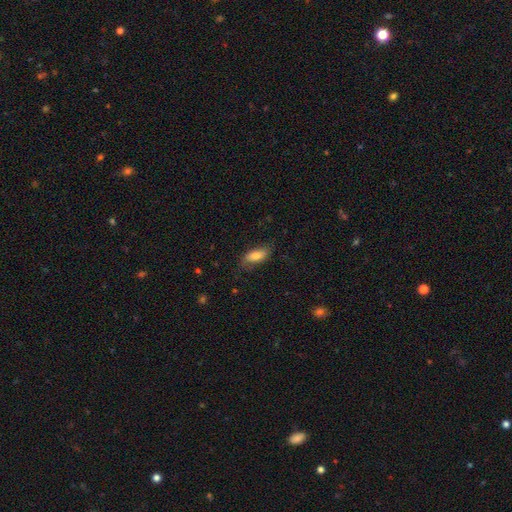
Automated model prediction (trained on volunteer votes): Smooth or featured? smooth (77%)
How rounded? in between (79%)
Merging? none (71%)